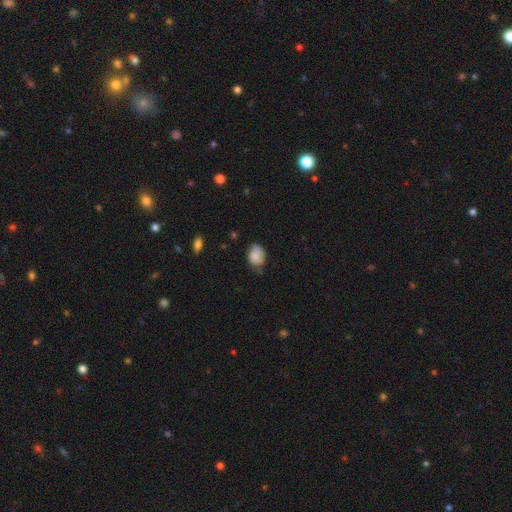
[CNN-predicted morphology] type=smooth (82%); roundness=in between (62%); merging=none (50%).